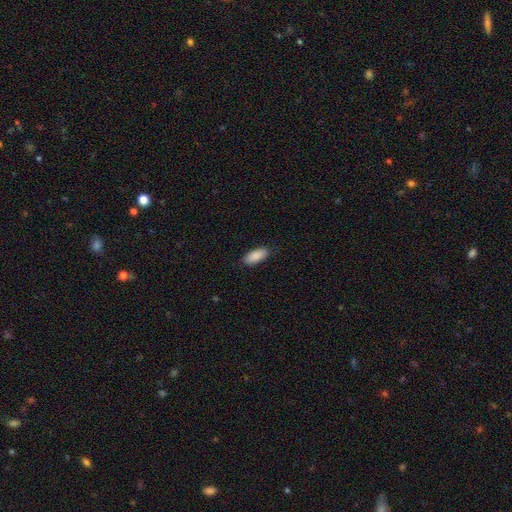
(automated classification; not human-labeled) smooth-or-featured: smooth: 90% | star or artifact: 6% | featured or disk: 4%
  how-rounded: in between: 86% | cigar-shaped: 12% | round: 2%
  merging: none: 87% | minor disturbance: 10% | major disturbance: 2% | merger: 1%